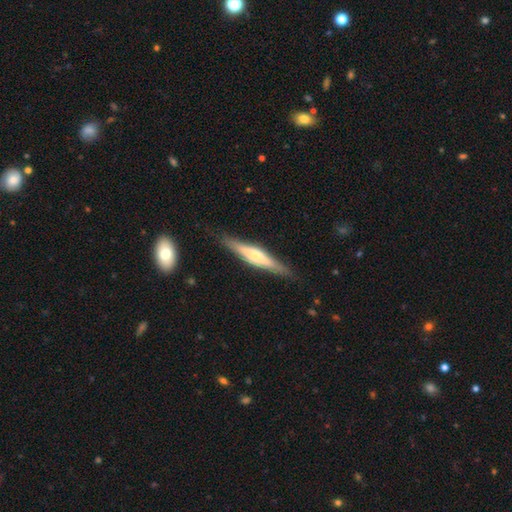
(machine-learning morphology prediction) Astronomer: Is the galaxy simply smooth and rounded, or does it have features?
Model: featured or disk — 64%.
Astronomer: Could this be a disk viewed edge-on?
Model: yes — 96%.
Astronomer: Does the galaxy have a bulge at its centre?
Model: rounded — 68%.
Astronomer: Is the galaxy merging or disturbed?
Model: none — 87%.